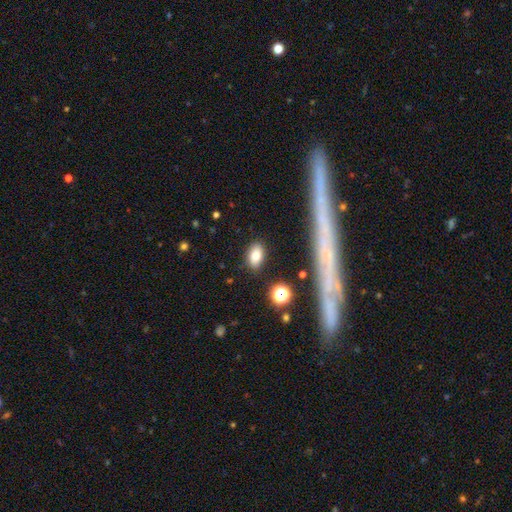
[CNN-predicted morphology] Q: Smooth or featured?
A: smooth (79%); runner-up: star or artifact (11%)
Q: How rounded?
A: in between (86%); runner-up: round (11%)
Q: Merging?
A: none (85%); runner-up: minor disturbance (10%)